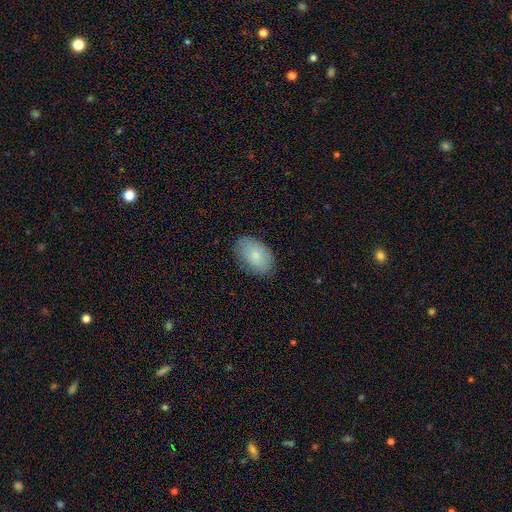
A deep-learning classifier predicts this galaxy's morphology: A smooth galaxy with no disk features (81%) that is in between round and cigar-shaped (92%). Merging: none (80%).